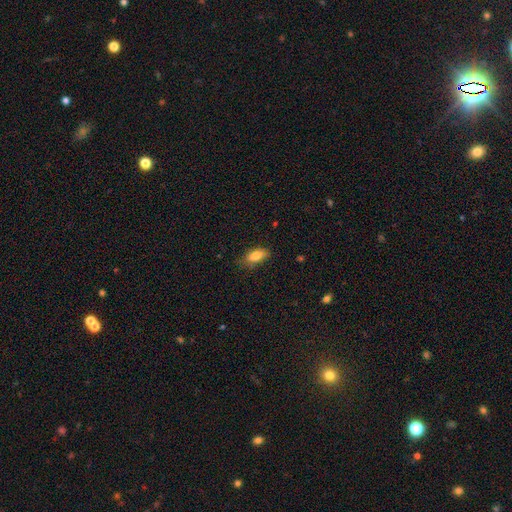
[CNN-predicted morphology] The model was most divided on "merging": none: 74%, minor disturbance: 21%, major disturbance: 4%, merger: 1%. More confident: how rounded — in between (83%); smooth or featured — smooth (81%).